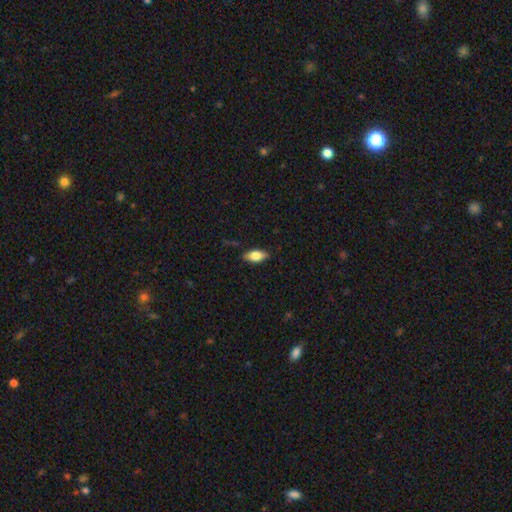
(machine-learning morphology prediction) Overall: smooth (74%). How rounded: in between (87%). Merging: none (85%).